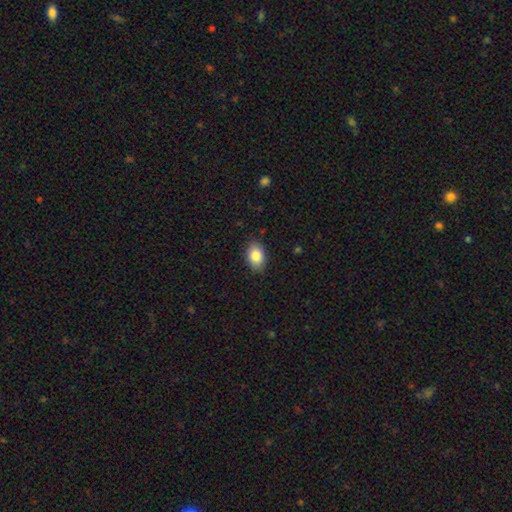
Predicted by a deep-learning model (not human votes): smooth_or_featured: smooth (p=0.85) [alt: star or artifact p=0.08]
how_rounded: in between (p=0.82) [alt: round p=0.17]
merging: none (p=0.87) [alt: minor disturbance p=0.10]